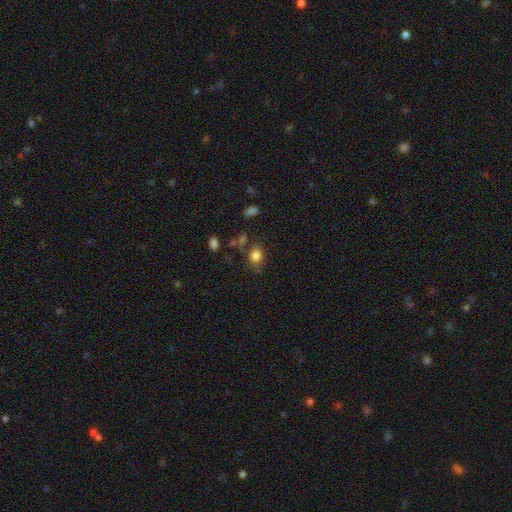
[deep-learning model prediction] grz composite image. It shows a smooth galaxy with no disk features (82%) that is in between round and cigar-shaped (50%). Merging: none (70%).